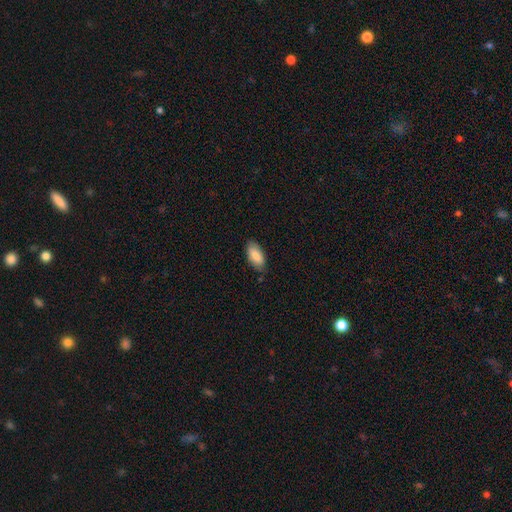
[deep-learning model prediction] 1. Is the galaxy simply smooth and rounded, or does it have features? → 86% smooth, 8% featured or disk, 6% star or artifact.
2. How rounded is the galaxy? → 90% in between, 8% cigar-shaped, 2% round.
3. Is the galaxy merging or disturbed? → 79% none, 17% minor disturbance, 3% major disturbance, 1% merger.